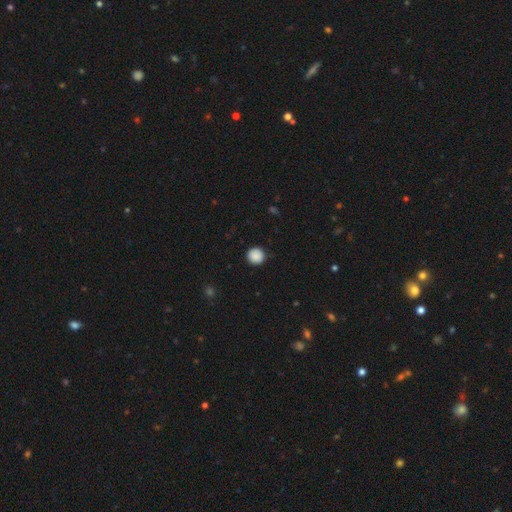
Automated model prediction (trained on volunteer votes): Smooth or featured?
  - smooth: 89% *
  - star or artifact: 8%
  - featured or disk: 2%
How rounded?
  - round: 95% *
  - in between: 4%
  - cigar-shaped: 1%
Merging?
  - none: 92% *
  - minor disturbance: 5%
  - major disturbance: 2%
  - merger: 1%